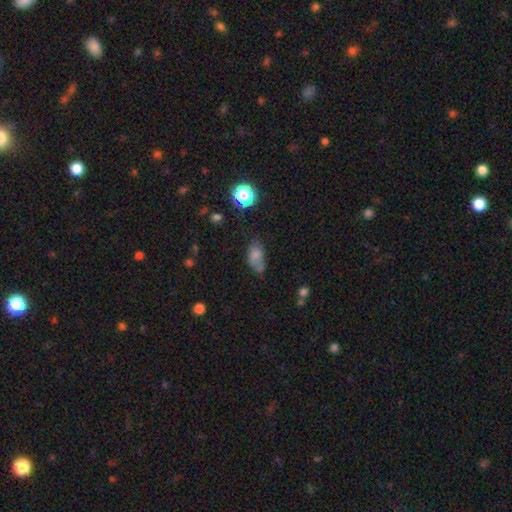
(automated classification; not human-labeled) A smooth galaxy with no disk features (74%) that is in between round and cigar-shaped (86%).

Vote fractions:
- Smooth or featured? smooth: 74% / star or artifact: 14% / featured or disk: 13%
- How rounded? in between: 86% / round: 11% / cigar-shaped: 3%
- Merging? none: 41% / minor disturbance: 31% / major disturbance: 17% / merger: 12%